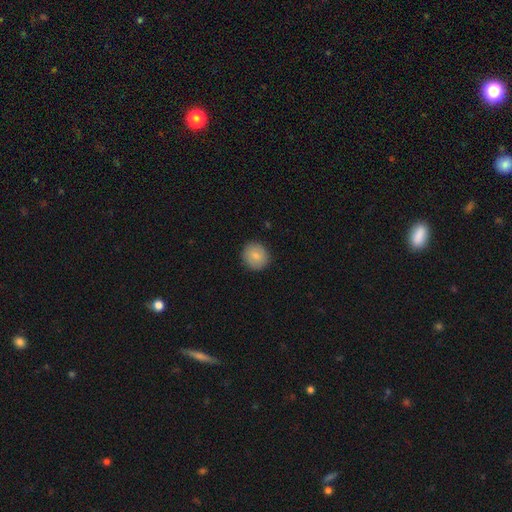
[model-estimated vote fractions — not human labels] smooth_or_featured: smooth (p=0.81) [alt: featured or disk p=0.12]
how_rounded: round (p=0.88) [alt: in between p=0.11]
merging: none (p=0.89) [alt: minor disturbance p=0.08]